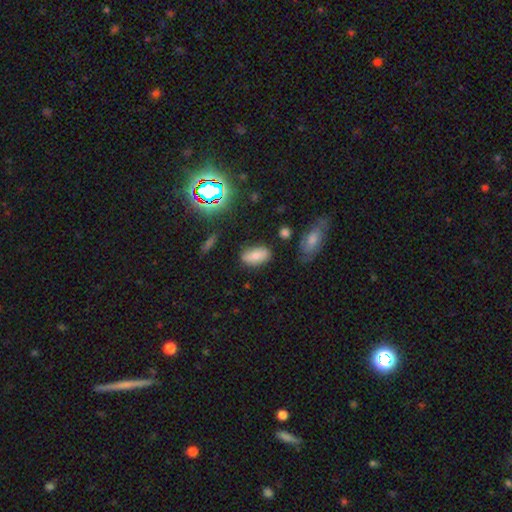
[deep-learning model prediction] smooth_or_featured: smooth (p=0.70) [alt: featured or disk p=0.17]
how_rounded: in between (p=0.91) [alt: round p=0.05]
merging: none (p=0.78) [alt: minor disturbance p=0.15]